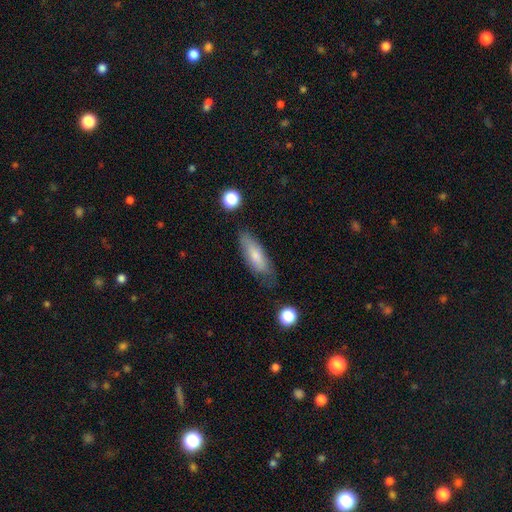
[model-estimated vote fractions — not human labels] smooth_or_featured: smooth (p=0.73) [alt: featured or disk p=0.20]
how_rounded: in between (p=0.58) [alt: cigar-shaped p=0.39]
merging: none (p=0.68) [alt: minor disturbance p=0.23]